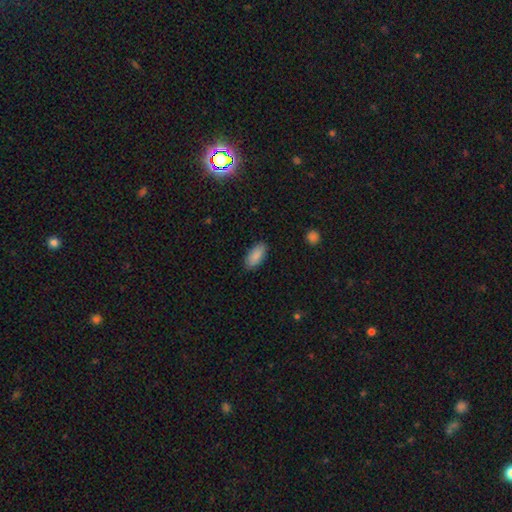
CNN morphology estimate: Smooth or featured: smooth — 89% (star or artifact — 6%)
How rounded: in between — 89% (cigar-shaped — 9%)
Merging: none — 88% (minor disturbance — 9%)